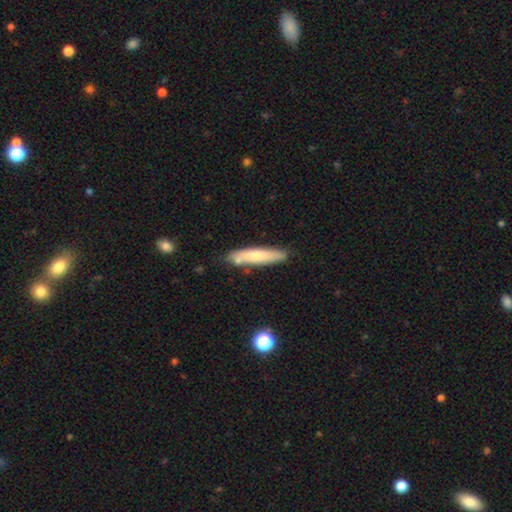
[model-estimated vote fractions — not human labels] Morphology: type=smooth (69%); roundness=cigar-shaped (88%); merging=none (78%).